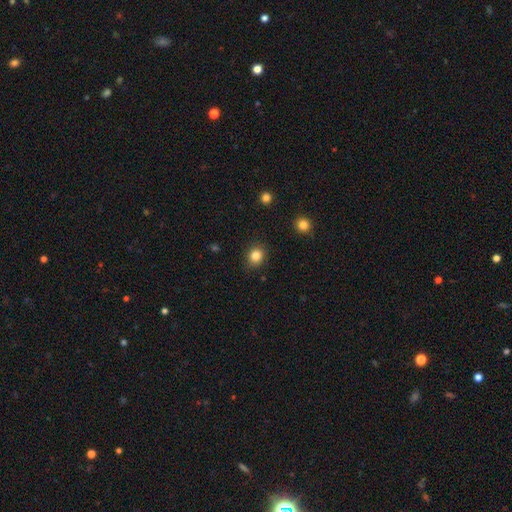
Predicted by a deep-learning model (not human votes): A smooth galaxy with no disk features (83%) that is round (77%).

Vote fractions:
- Smooth or featured? smooth: 83% / star or artifact: 12% / featured or disk: 5%
- How rounded? round: 77% / in between: 22% / cigar-shaped: 1%
- Merging? none: 89% / minor disturbance: 7% / major disturbance: 2% / merger: 1%